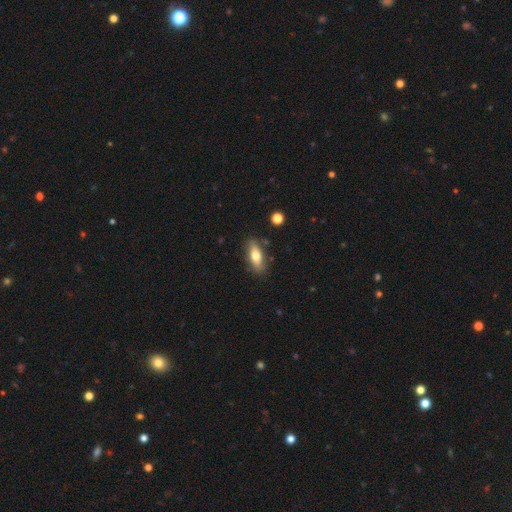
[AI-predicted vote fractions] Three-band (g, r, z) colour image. It shows a smooth galaxy with no disk features (66%) that is in between round and cigar-shaped (70%). Merging: none (82%).